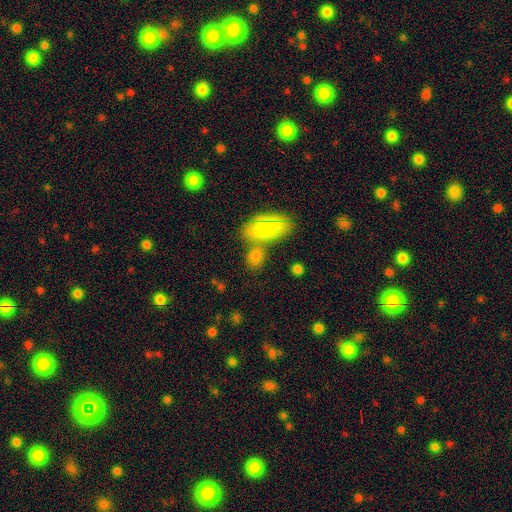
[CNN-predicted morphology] A smooth galaxy with no disk features (80%) that is in between round and cigar-shaped (73%). Merging: none (53%).